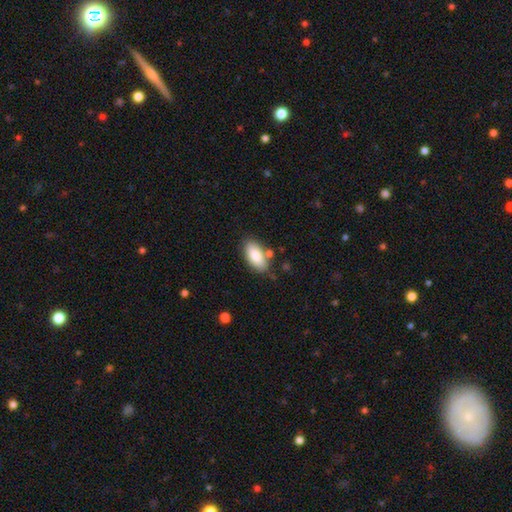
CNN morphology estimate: This is clearly a smooth galaxy (86%). How rounded: clearly in between (92%). Merging: likely none (76%).